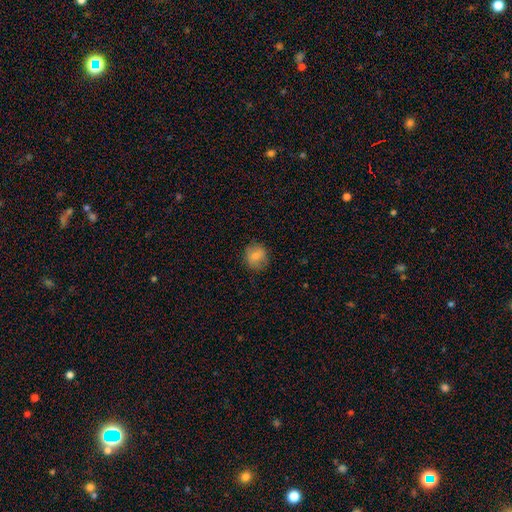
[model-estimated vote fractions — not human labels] smooth-or-featured: smooth: 76% | featured or disk: 15% | star or artifact: 9%
  how-rounded: round: 76% | in between: 23% | cigar-shaped: 1%
  merging: none: 83% | minor disturbance: 12% | major disturbance: 4% | merger: 1%